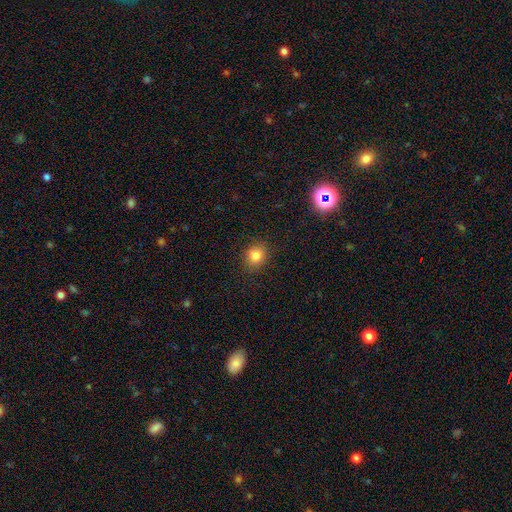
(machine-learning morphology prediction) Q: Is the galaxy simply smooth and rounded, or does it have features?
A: smooth — 82%.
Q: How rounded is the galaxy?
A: round — 71%.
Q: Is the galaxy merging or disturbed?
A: none — 87%.